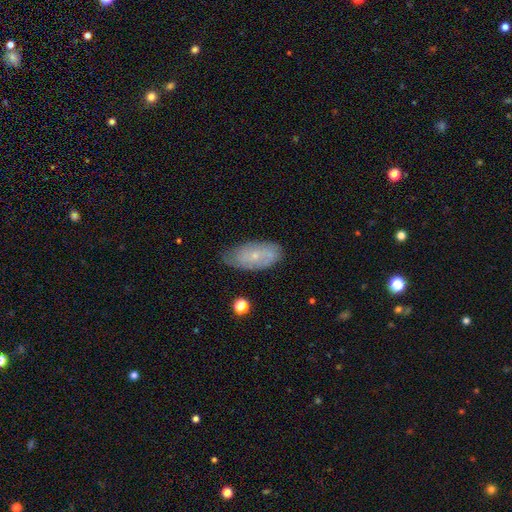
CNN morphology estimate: type=featured or disk (51%); edge-on=no (90%); merging=none (67%).